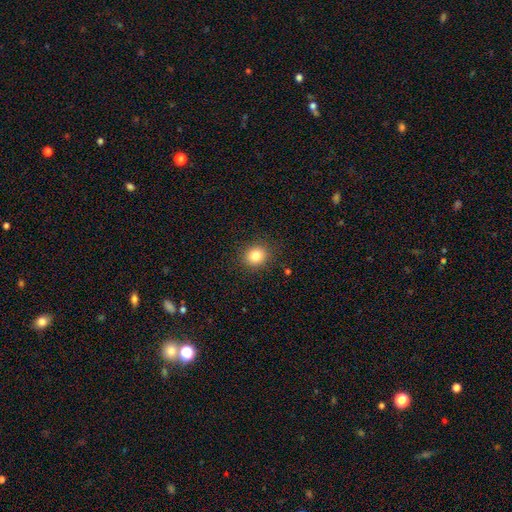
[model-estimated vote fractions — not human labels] Smooth or featured? Predicted: smooth (p=0.83). How rounded? Predicted: round (p=0.79). Merging? Predicted: none (p=0.89).